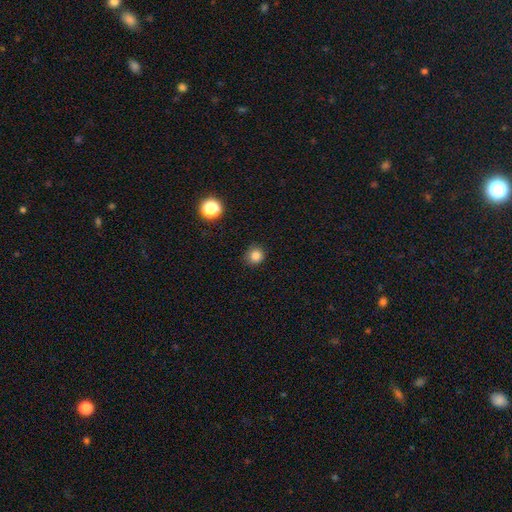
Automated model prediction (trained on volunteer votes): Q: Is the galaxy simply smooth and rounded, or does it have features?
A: smooth — 83%.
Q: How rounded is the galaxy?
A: round — 91%.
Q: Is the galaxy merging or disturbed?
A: none — 84%.